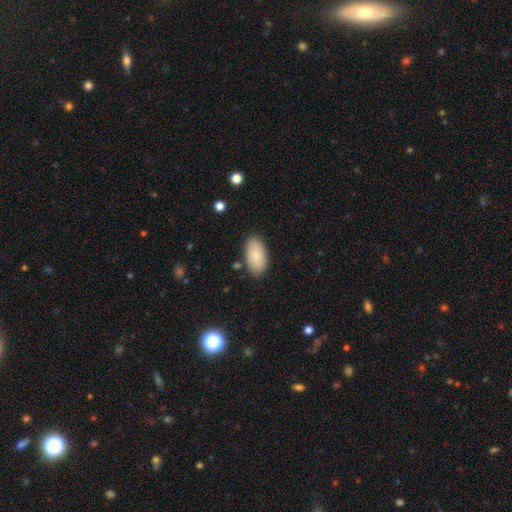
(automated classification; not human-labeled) smooth_or_featured: smooth (p=0.84) [alt: featured or disk p=0.10]
how_rounded: in between (p=0.95) [alt: round p=0.03]
merging: none (p=0.83) [alt: minor disturbance p=0.12]